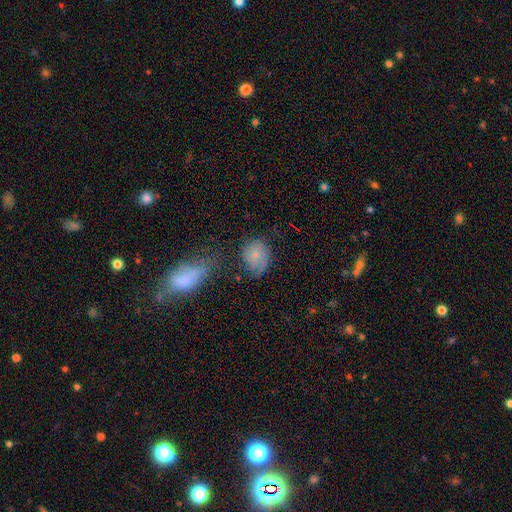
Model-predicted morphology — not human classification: Q: Smooth or featured?
A: smooth (65%); runner-up: featured or disk (25%)
Q: How rounded?
A: round (58%); runner-up: in between (41%)
Q: Merging?
A: none (48%); runner-up: minor disturbance (27%)